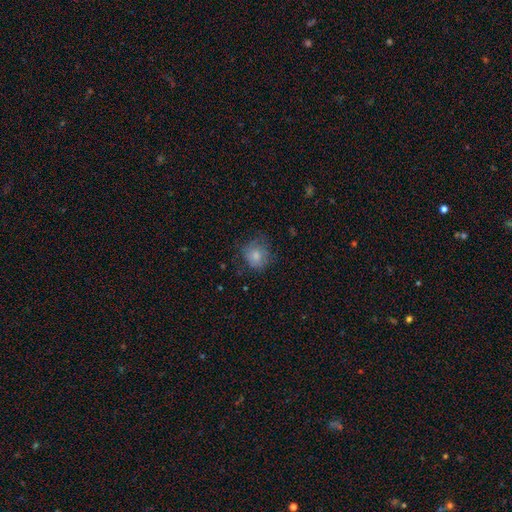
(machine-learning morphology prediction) The model was most divided on "merging": none: 61%, minor disturbance: 26%, major disturbance: 12%, merger: 1%. More confident: how rounded — round (80%); smooth or featured — smooth (76%).